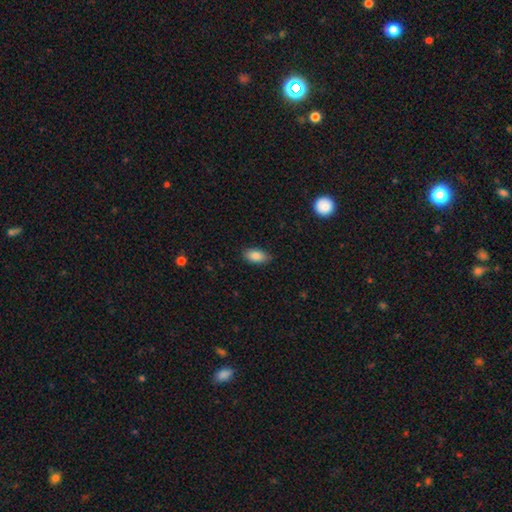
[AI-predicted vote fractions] Q: Smooth or featured?
A: smooth (86%); runner-up: star or artifact (7%)
Q: How rounded?
A: in between (92%); runner-up: cigar-shaped (4%)
Q: Merging?
A: none (86%); runner-up: minor disturbance (11%)